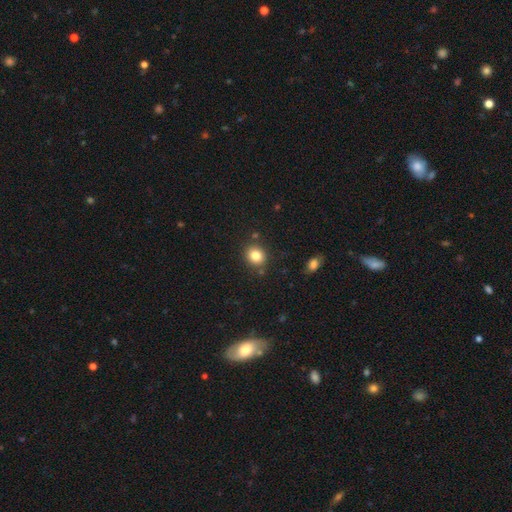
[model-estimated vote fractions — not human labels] Smooth or featured: smooth — 83% (star or artifact — 11%)
How rounded: round — 71% (in between — 28%)
Merging: none — 84% (minor disturbance — 9%)